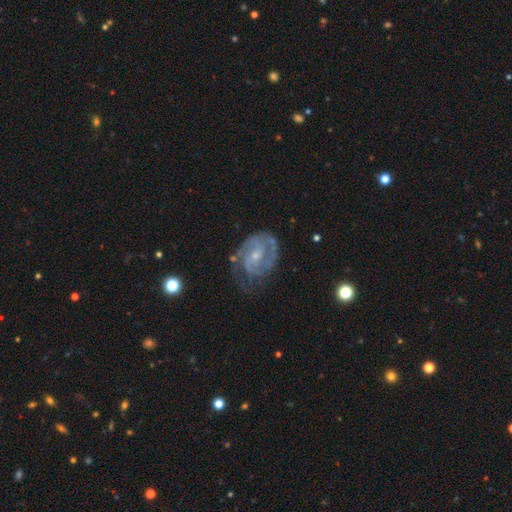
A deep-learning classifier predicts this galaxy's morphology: Overall: featured or disk (87%). Edge-on disk: no (98%). Bar: no (46%; weak 44%). Spiral arms: yes (95%). Spiral arm count: 2 (62%). Spiral winding: tight (51%; medium 40%). Bulge size: small (69%). Merging: none (59%; minor disturbance 25%).